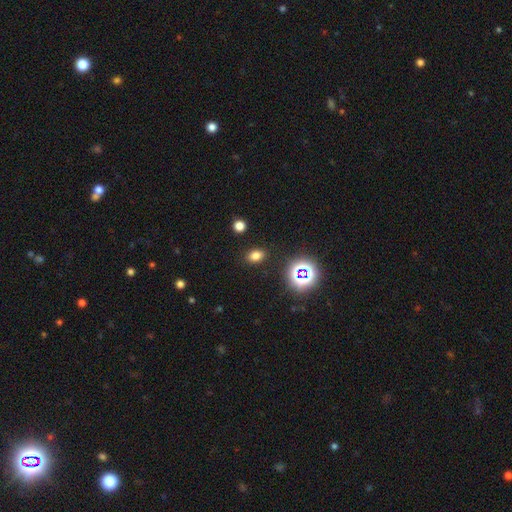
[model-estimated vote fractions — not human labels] smooth_or_featured: smooth (p=0.74) [alt: star or artifact p=0.21]
how_rounded: in between (p=0.74) [alt: round p=0.25]
merging: none (p=0.88) [alt: minor disturbance p=0.08]